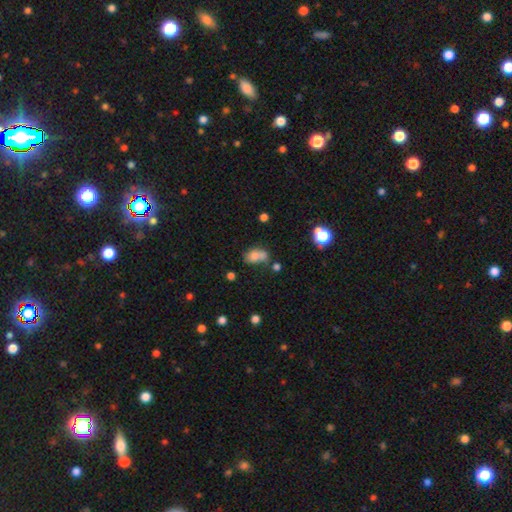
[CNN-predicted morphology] Smooth or featured? Predicted: smooth (p=0.70). How rounded? Predicted: in between (p=0.75). Merging? Predicted: none (p=0.35).